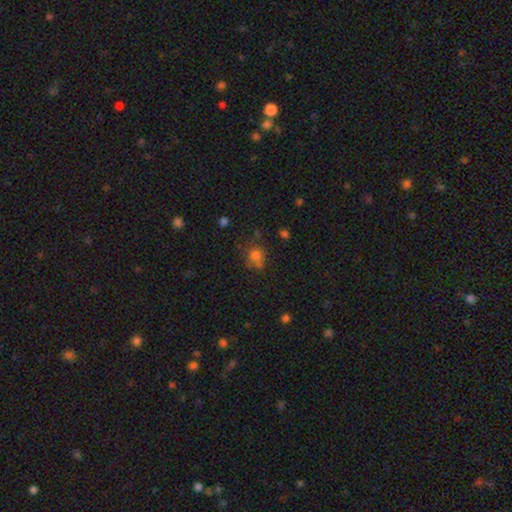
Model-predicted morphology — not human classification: The model was most divided on "merging": none: 60%, merger: 19%, minor disturbance: 15%, major disturbance: 6%. More confident: how rounded — round (82%); smooth or featured — smooth (73%).